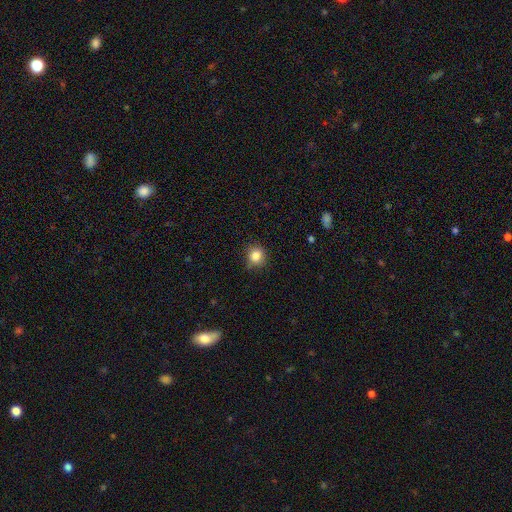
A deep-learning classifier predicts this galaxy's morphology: The model was most divided on "merging": none: 80%, minor disturbance: 16%, major disturbance: 3%, merger: 1%. More confident: how rounded — round (85%); smooth or featured — smooth (84%).